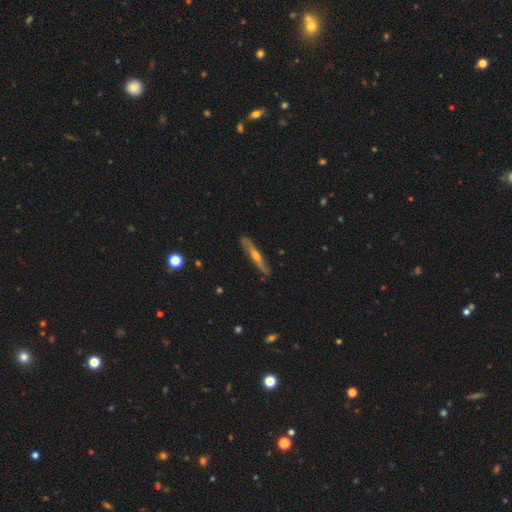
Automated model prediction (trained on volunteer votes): Smooth or featured?
  - featured or disk: 65% *
  - smooth: 29%
  - star or artifact: 6%
Edge-on disk?
  - yes: 91% *
  - no: 9%
Edge-on bulge?
  - rounded: 81% *
  - none: 15%
  - boxy: 4%
Merging?
  - none: 85% *
  - minor disturbance: 12%
  - major disturbance: 2%
  - merger: 1%